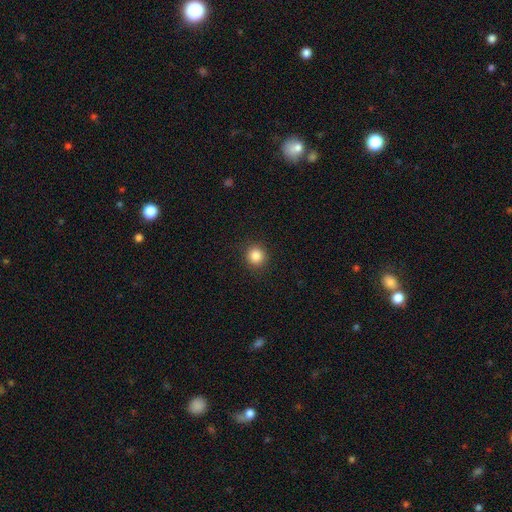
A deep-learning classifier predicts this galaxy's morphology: type=smooth (85%); roundness=round (92%); merging=none (91%).